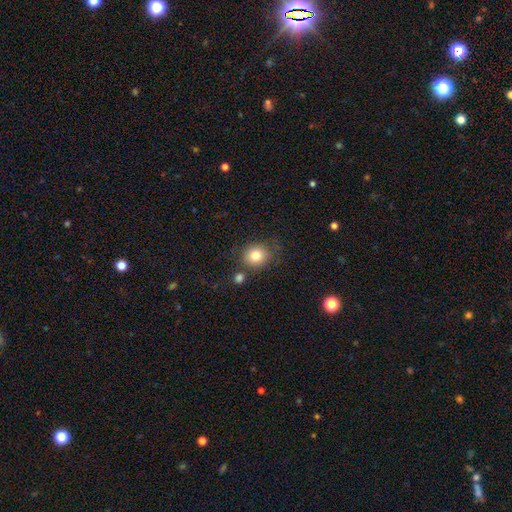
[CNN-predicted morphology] Smooth or featured? smooth (81%)
How rounded? round (75%)
Merging? none (70%)